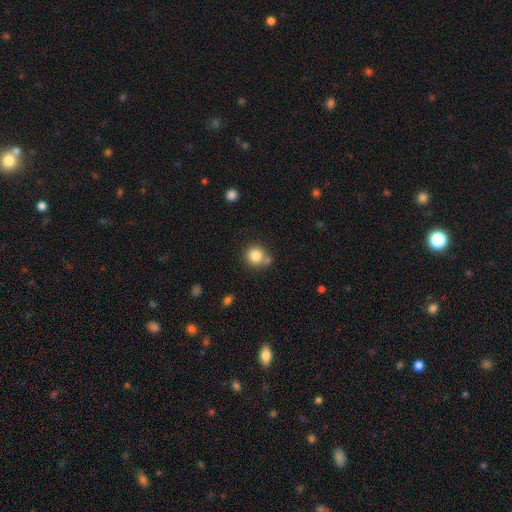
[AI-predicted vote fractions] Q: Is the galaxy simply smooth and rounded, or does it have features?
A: smooth — 83%.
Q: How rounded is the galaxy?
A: round — 91%.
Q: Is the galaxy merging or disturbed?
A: none — 67%.